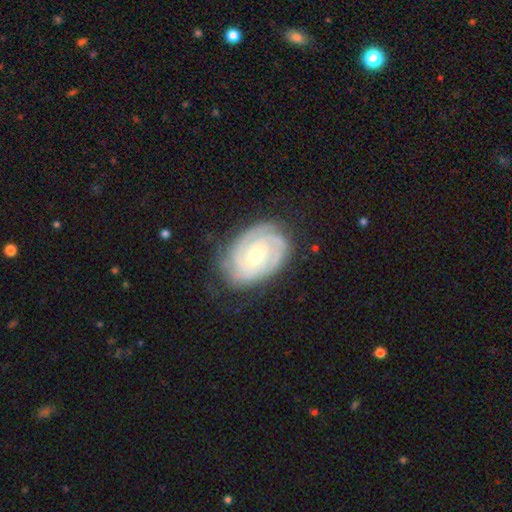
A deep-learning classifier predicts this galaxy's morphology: This appears to be a featured or disk galaxy (86%) with a weak bar (47%), tight (79%) spiral arms (97%) and a moderate central bulge (55%). Merging: none (76%).